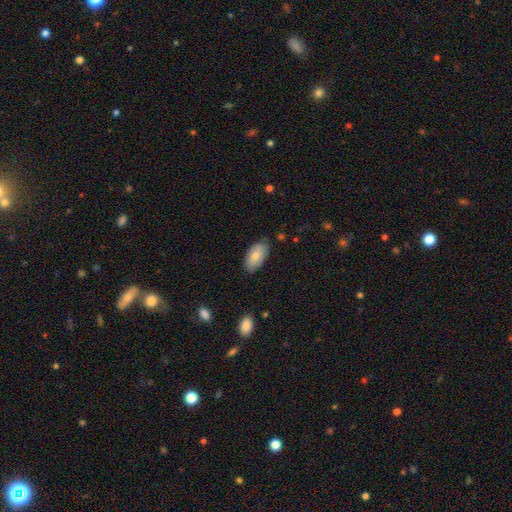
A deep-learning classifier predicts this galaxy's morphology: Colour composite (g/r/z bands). It shows a smooth galaxy with no disk features (78%) that is in between round and cigar-shaped (94%). Merging: none (79%).